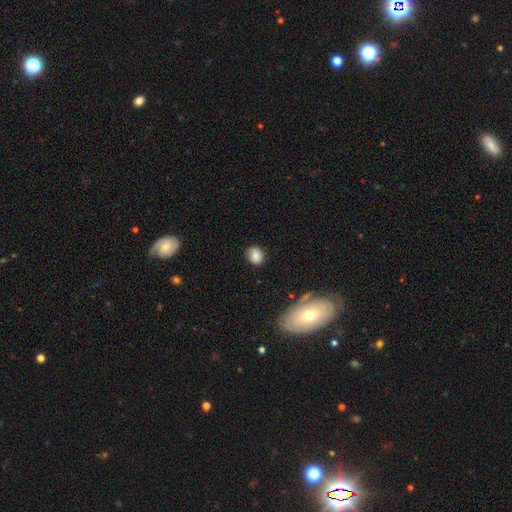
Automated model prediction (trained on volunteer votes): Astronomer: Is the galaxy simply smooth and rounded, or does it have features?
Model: smooth — 79%.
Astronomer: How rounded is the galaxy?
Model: round — 55% (runner-up: in between, 44%).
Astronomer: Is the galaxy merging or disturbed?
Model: none — 71%.